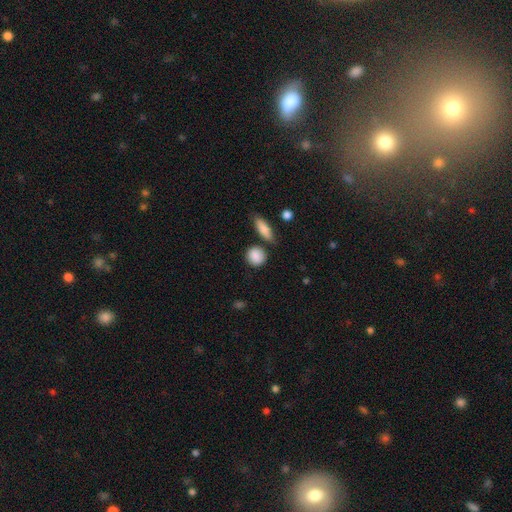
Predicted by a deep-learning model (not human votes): smooth 87%, star or artifact 7%, featured or disk 6%. Down the decision tree: how rounded — round (78%); merging — none (76%).